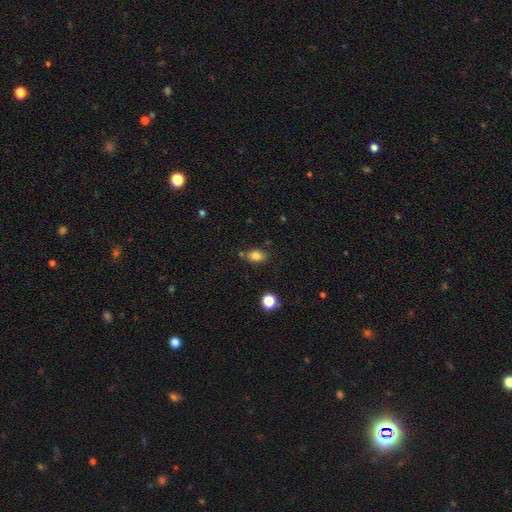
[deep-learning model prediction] Smooth or featured?
  - smooth: 82% *
  - star or artifact: 11%
  - featured or disk: 7%
How rounded?
  - in between: 79% *
  - round: 19%
  - cigar-shaped: 2%
Merging?
  - none: 73% *
  - minor disturbance: 16%
  - merger: 7%
  - major disturbance: 4%